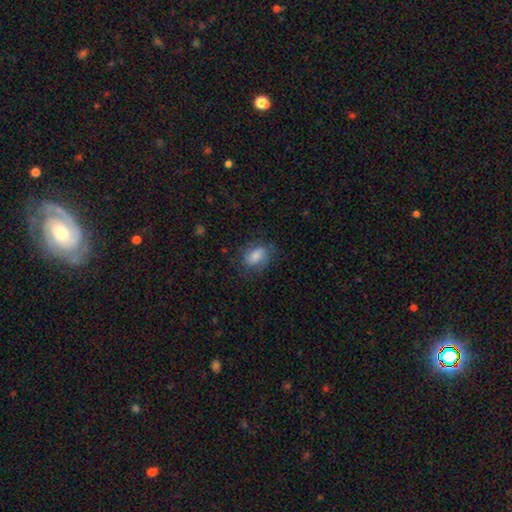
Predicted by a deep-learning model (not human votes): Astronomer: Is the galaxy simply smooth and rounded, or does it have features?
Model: smooth — 73%.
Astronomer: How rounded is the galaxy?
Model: in between — 81%.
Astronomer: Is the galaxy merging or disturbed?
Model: none — 73%.